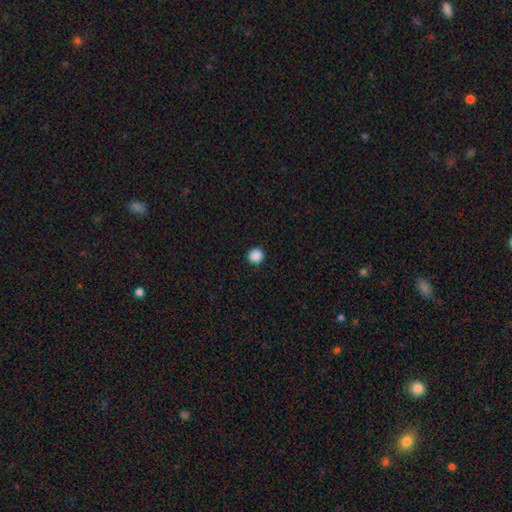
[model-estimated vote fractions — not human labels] A smooth galaxy with no disk features (88%) that is round (91%).

Vote fractions:
- Smooth or featured? smooth: 88% / star or artifact: 10% / featured or disk: 2%
- How rounded? round: 91% / in between: 8% / cigar-shaped: 1%
- Merging? none: 92% / minor disturbance: 5% / major disturbance: 2% / merger: 1%